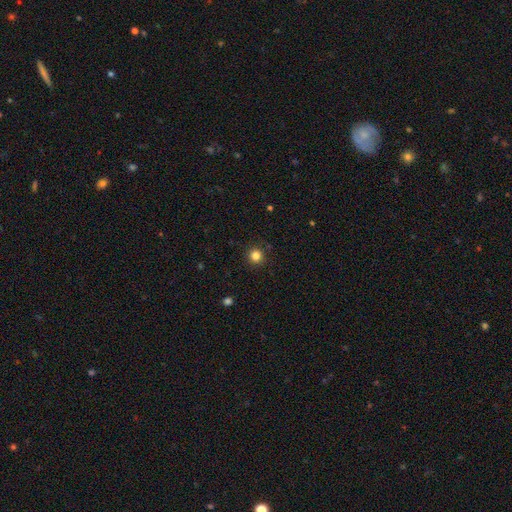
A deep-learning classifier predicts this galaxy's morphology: smooth-or-featured: smooth: 83% | star or artifact: 12% | featured or disk: 4%
  how-rounded: round: 95% | in between: 4% | cigar-shaped: 1%
  merging: none: 92% | minor disturbance: 5% | major disturbance: 2% | merger: 1%